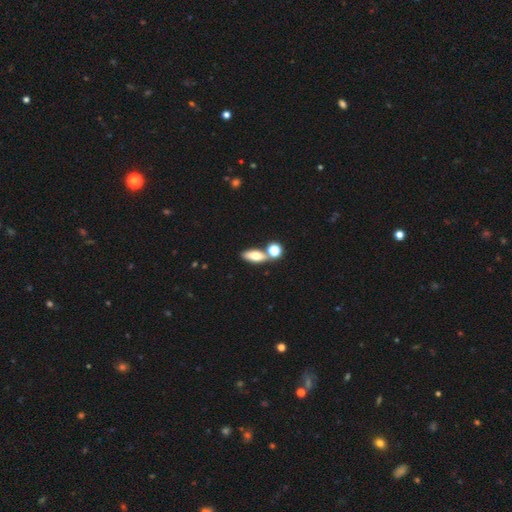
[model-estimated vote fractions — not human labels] Smooth or featured?
  - smooth: 69% *
  - featured or disk: 21%
  - star or artifact: 10%
How rounded?
  - in between: 68% *
  - cigar-shaped: 22%
  - round: 9%
Merging?
  - none: 61% *
  - merger: 25%
  - minor disturbance: 10%
  - major disturbance: 4%